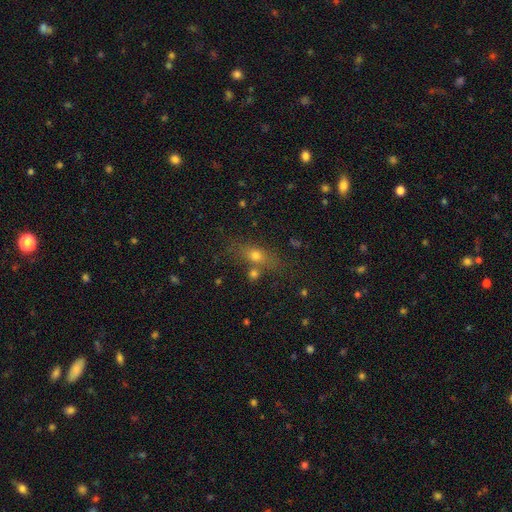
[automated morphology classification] This is likely a smooth galaxy (63%). How rounded: possibly in between (54%). Merging: likely none (64%).